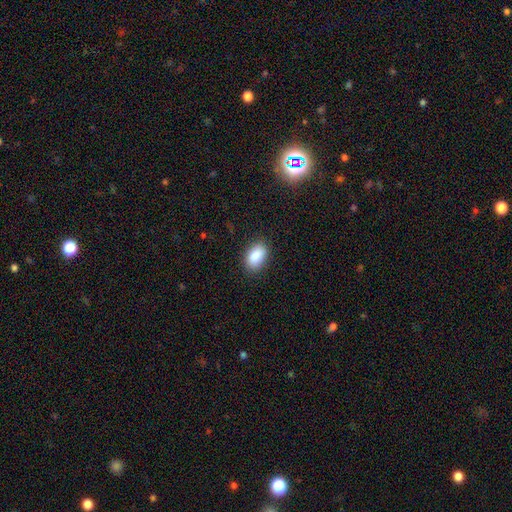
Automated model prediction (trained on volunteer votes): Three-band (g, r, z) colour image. It shows a smooth galaxy with no disk features (89%) that is in between round and cigar-shaped (91%). Merging: none (85%).